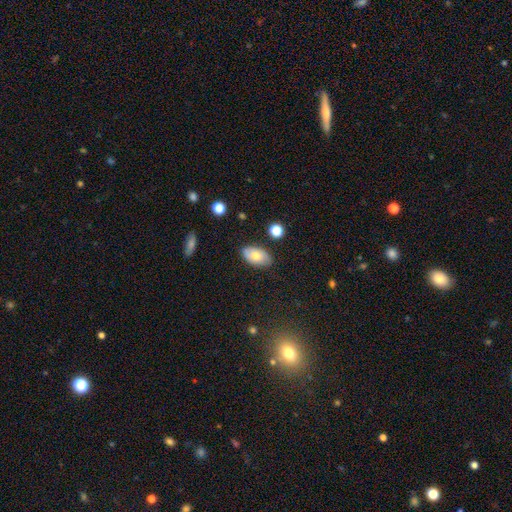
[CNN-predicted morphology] The model was most divided on "smooth or featured": smooth: 69%, featured or disk: 23%, star or artifact: 8%. More confident: how rounded — in between (92%); merging — none (82%).